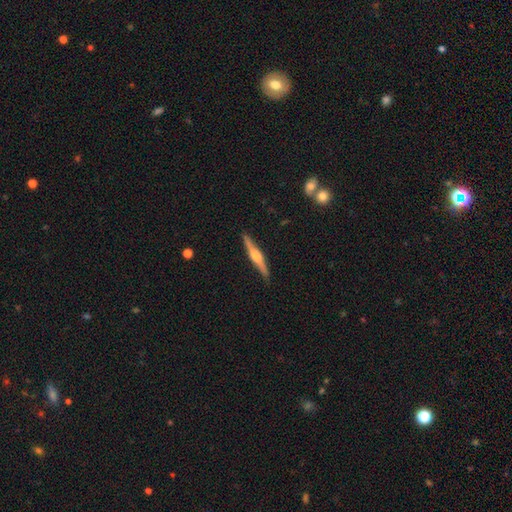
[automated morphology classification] This is likely a featured or disk galaxy (70%). It is clearly viewed edge-on (98%). Edge-on bulge: clearly rounded (84%). Merging: clearly none (89%).